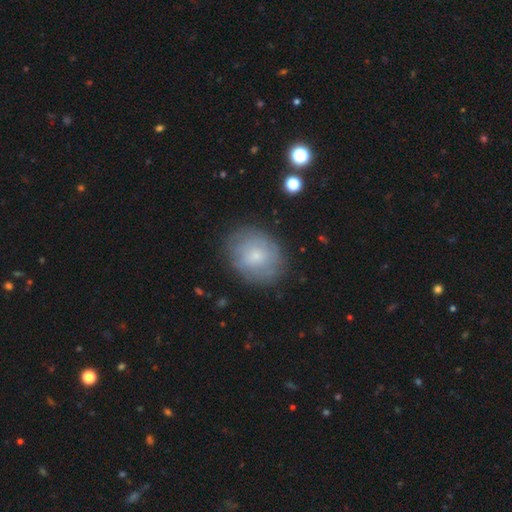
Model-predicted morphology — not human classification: This appears to be a smooth galaxy with no disk features (53%) that is round (55%). Merging: none (76%).